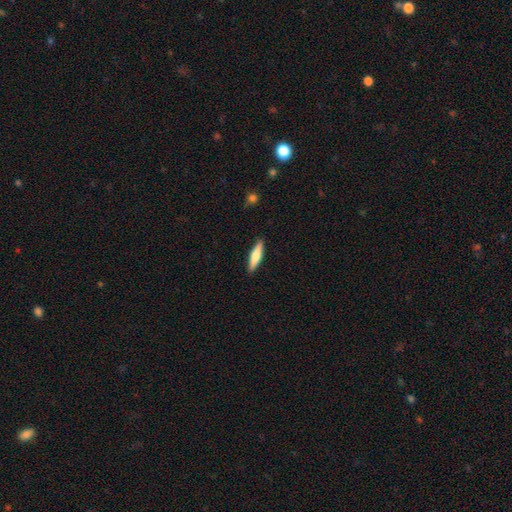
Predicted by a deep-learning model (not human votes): This is likely a smooth galaxy (67%). How rounded: likely cigar-shaped (75%). Merging: clearly none (90%).